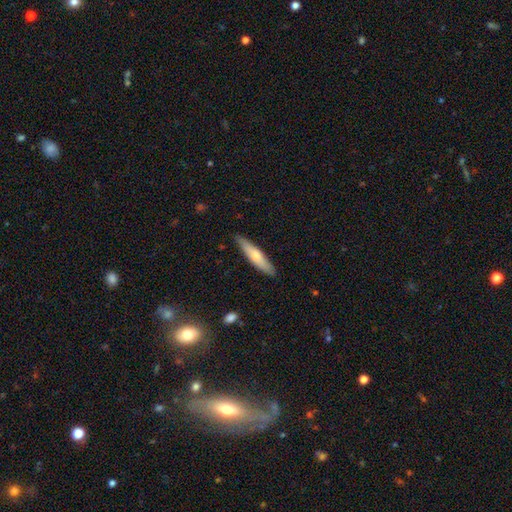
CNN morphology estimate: A smooth galaxy with no disk features (63%) that is cigar-shaped (84%).

Vote fractions:
- Smooth or featured? smooth: 63% / featured or disk: 32% / star or artifact: 5%
- How rounded? cigar-shaped: 84% / in between: 15% / round: 1%
- Merging? none: 87% / minor disturbance: 11% / major disturbance: 2% / merger: 1%